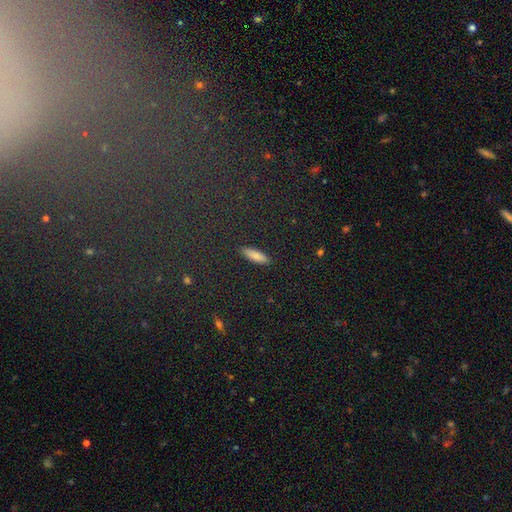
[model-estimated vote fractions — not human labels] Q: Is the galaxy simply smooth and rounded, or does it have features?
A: smooth — 83%.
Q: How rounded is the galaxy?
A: cigar-shaped — 53%.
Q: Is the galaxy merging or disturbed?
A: none — 89%.